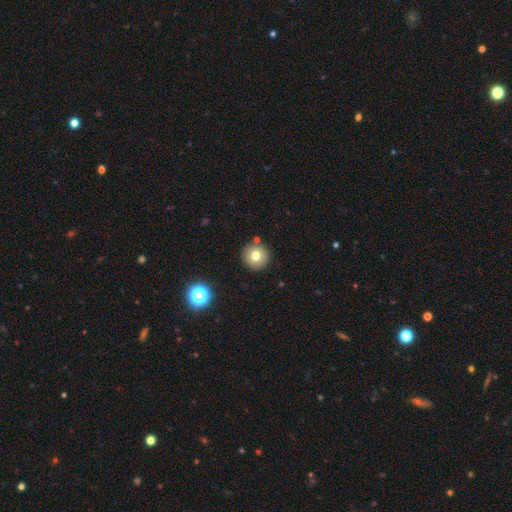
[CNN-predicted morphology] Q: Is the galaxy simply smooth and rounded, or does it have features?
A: smooth — 76%.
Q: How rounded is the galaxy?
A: round — 95%.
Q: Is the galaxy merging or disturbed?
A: none — 87%.